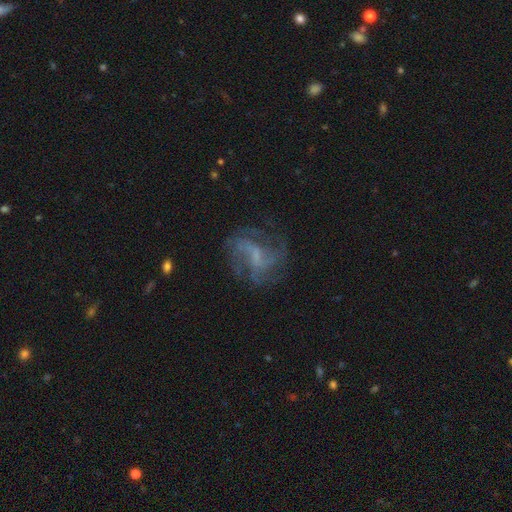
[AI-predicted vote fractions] Smooth or featured?
  - featured or disk: 75% *
  - smooth: 14%
  - star or artifact: 11%
Edge-on disk?
  - no: 97% *
  - yes: 3%
Bar?
  - weak: 47% *
  - no: 39%
  - strong: 14%
Spiral arms?
  - yes: 85% *
  - no: 15%
Spiral winding?
  - loose: 43% *
  - medium: 39%
  - tight: 18%
Spiral arm count?
  - can't tell: 29% *
  - 3: 25%
  - 2: 20%
  - 4: 14%
  - 1: 6%
  - more than 4: 6%
Bulge size?
  - small: 40% * (tied)
  - none: 40% * (tied)
  - moderate: 17%
  - large: 2%
  - dominant: 1%
Merging?
  - none: 62% *
  - major disturbance: 19%
  - minor disturbance: 17%
  - merger: 2%